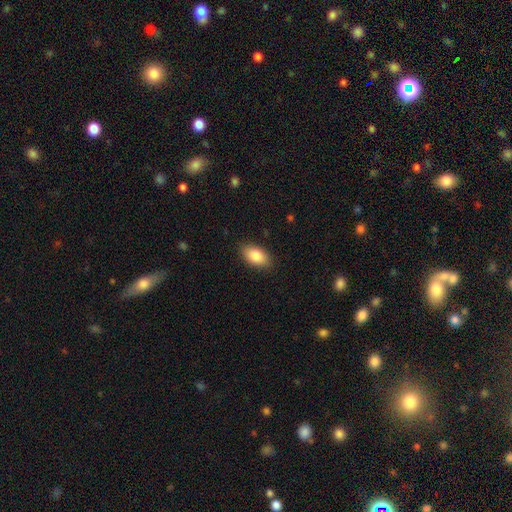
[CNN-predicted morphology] smooth_or_featured: smooth (p=0.86) [alt: featured or disk p=0.08]
how_rounded: in between (p=0.93) [alt: round p=0.05]
merging: none (p=0.87) [alt: minor disturbance p=0.10]